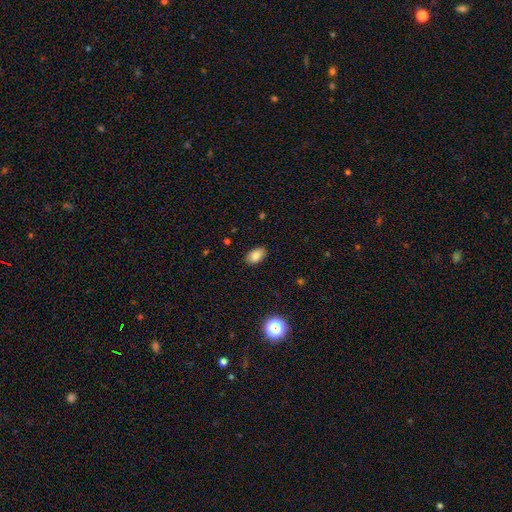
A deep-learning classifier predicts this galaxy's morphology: A smooth galaxy with no disk features (85%) that is in between round and cigar-shaped (91%).

Vote fractions:
- Smooth or featured? smooth: 85% / star or artifact: 9% / featured or disk: 6%
- How rounded? in between: 91% / round: 7% / cigar-shaped: 1%
- Merging? none: 87% / minor disturbance: 10% / major disturbance: 2% / merger: 1%